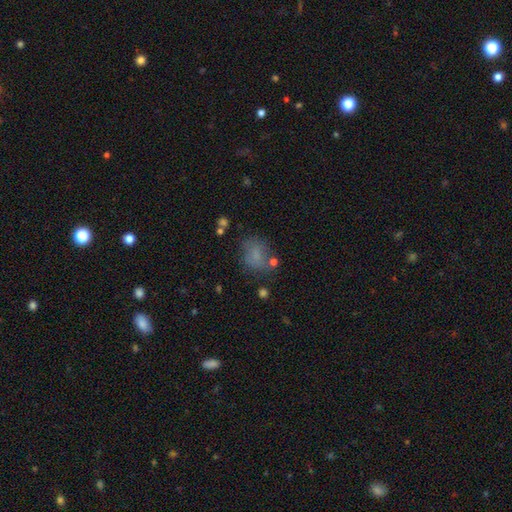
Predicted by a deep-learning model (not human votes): This appears to be a smooth galaxy with no disk features (68%) that is in between round and cigar-shaped (51%). Merging: none (60%).